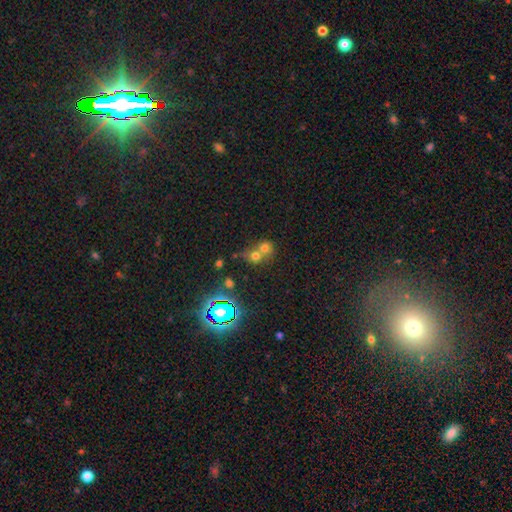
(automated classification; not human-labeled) A smooth galaxy with no disk features (63%) that is round (78%).

Vote fractions:
- Smooth or featured? smooth: 63% / star or artifact: 23% / featured or disk: 15%
- How rounded? round: 78% / in between: 21% / cigar-shaped: 1%
- Merging? merger: 60% / none: 32% / minor disturbance: 5% / major disturbance: 3%